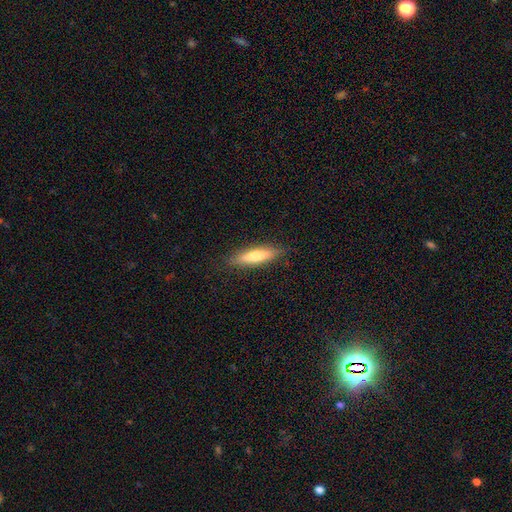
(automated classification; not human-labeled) Q: Smooth or featured?
A: smooth (65%); runner-up: featured or disk (29%)
Q: How rounded?
A: cigar-shaped (75%); runner-up: in between (23%)
Q: Merging?
A: none (87%); runner-up: minor disturbance (10%)